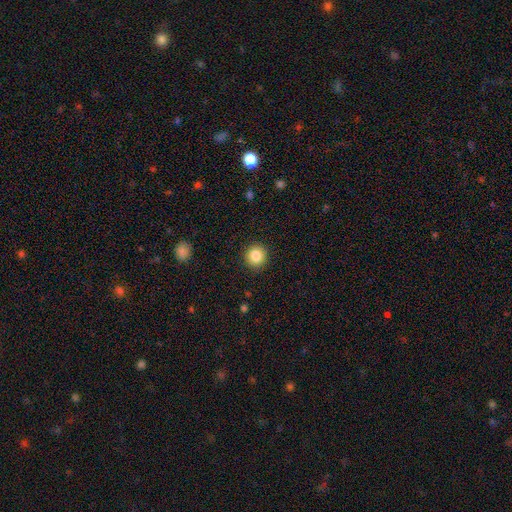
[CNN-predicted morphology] A smooth galaxy with no disk features (85%) that is round (92%).

Vote fractions:
- Smooth or featured? smooth: 85% / star or artifact: 9% / featured or disk: 5%
- How rounded? round: 92% / in between: 7% / cigar-shaped: 1%
- Merging? none: 92% / minor disturbance: 5% / major disturbance: 2% / merger: 1%